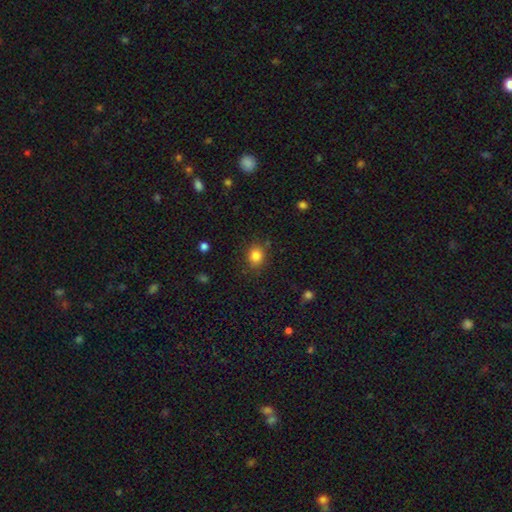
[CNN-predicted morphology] Smooth or featured: smooth — 83% (star or artifact — 11%)
How rounded: round — 68% (in between — 31%)
Merging: none — 83% (minor disturbance — 11%)